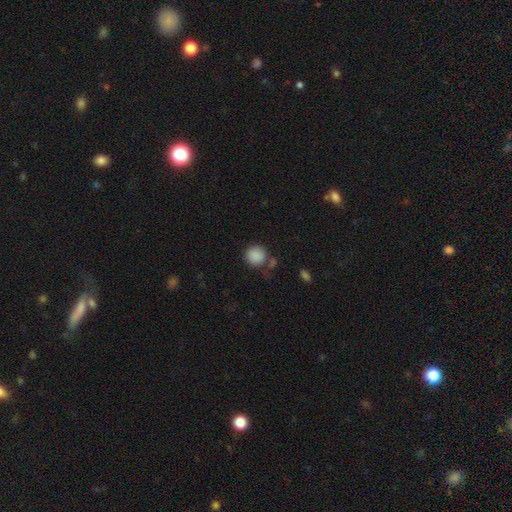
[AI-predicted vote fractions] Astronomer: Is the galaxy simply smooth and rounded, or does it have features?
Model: smooth — 88%.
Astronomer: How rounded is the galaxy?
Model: round — 89%.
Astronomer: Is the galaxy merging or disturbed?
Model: none — 68%.